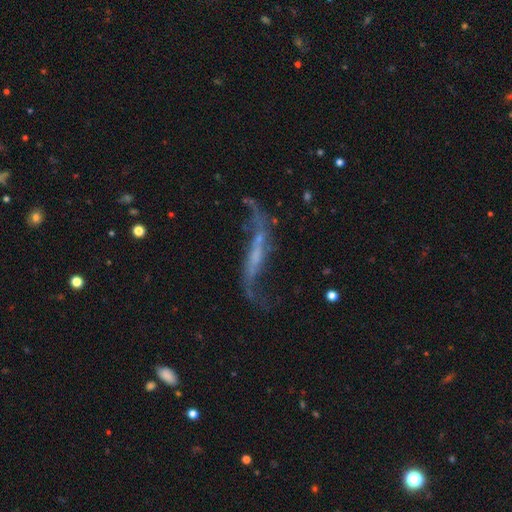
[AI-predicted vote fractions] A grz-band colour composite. It shows a featured or disk galaxy (79%) with no bar (36%), spiral arms (85%) and no central bulge (49%). Merging: none (50%).